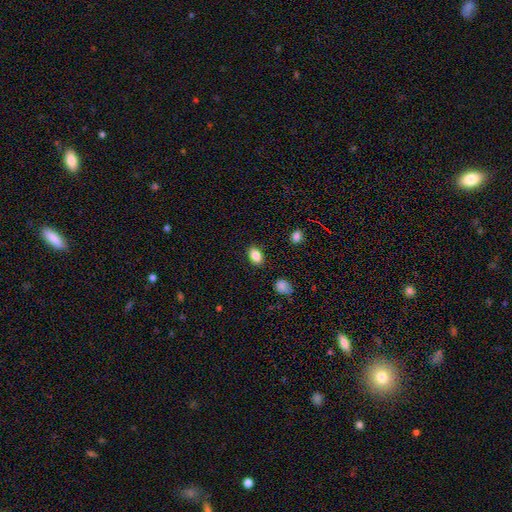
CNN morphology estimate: Smooth or featured?
  - smooth: 86% *
  - star or artifact: 9%
  - featured or disk: 5%
How rounded?
  - in between: 85% *
  - round: 14%
  - cigar-shaped: 2%
Merging?
  - none: 87% *
  - minor disturbance: 9%
  - major disturbance: 2%
  - merger: 2%